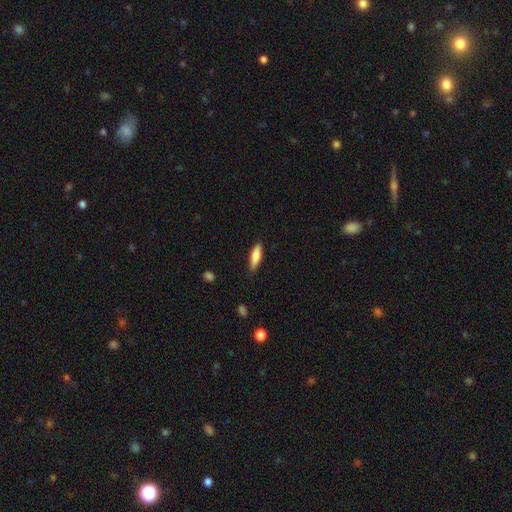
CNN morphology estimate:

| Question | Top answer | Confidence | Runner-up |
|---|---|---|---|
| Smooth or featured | smooth | 79% | featured or disk (15%) |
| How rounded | cigar-shaped | 53% | in between (45%) |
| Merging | none | 84% | minor disturbance (12%) |